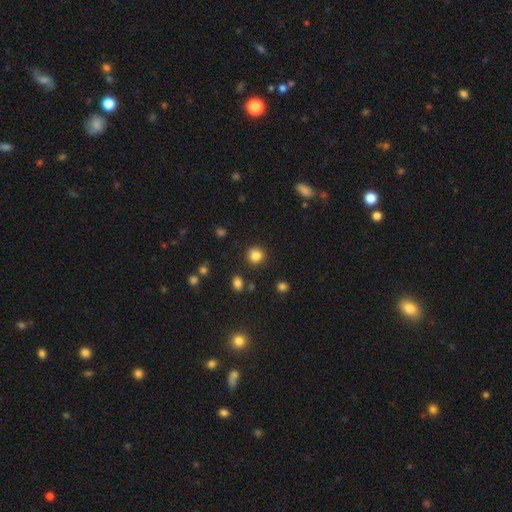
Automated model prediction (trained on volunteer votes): smooth 83%, star or artifact 12%, featured or disk 5%. Down the decision tree: how rounded — round (87%); merging — none (86%).